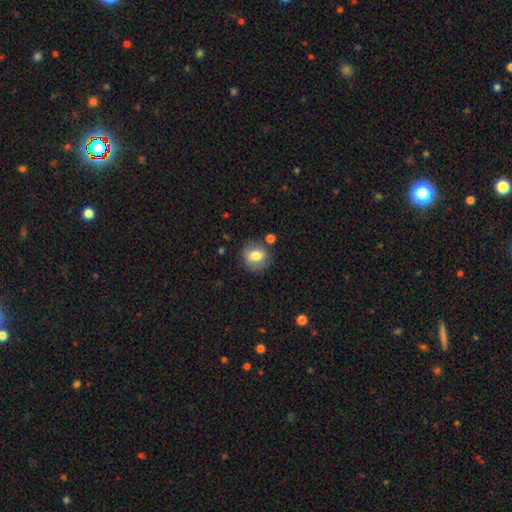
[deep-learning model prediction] smooth 75%, featured or disk 17%, star or artifact 9%. Down the decision tree: how rounded — round (74%); merging — none (77%).